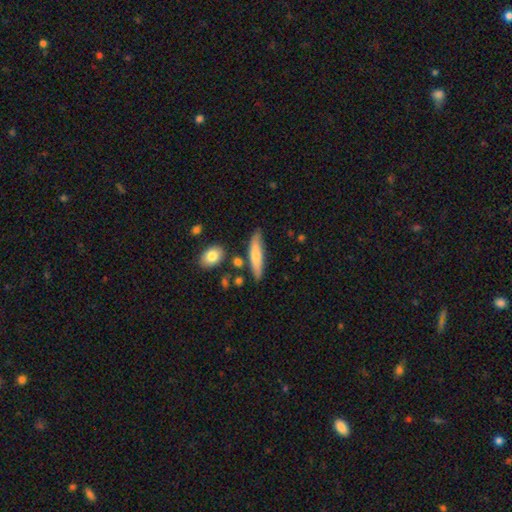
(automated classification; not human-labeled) Q: Smooth or featured?
A: smooth (68%); runner-up: featured or disk (26%)
Q: How rounded?
A: cigar-shaped (76%); runner-up: in between (22%)
Q: Merging?
A: none (75%); runner-up: minor disturbance (16%)